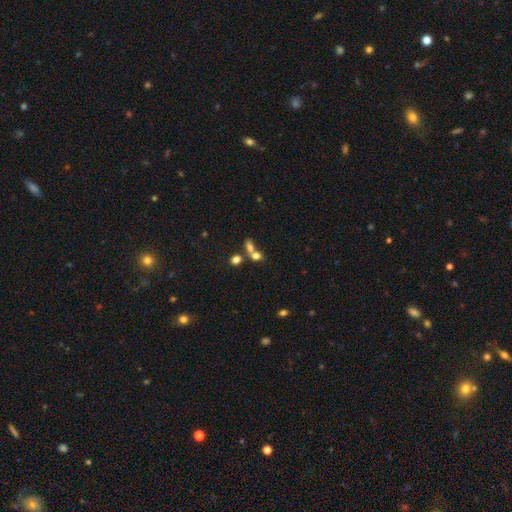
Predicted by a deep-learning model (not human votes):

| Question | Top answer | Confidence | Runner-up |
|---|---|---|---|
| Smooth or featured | smooth | 70% | star or artifact (16%) |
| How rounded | in between | 51% | round (45%) |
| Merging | merger | 53% | none (34%) |